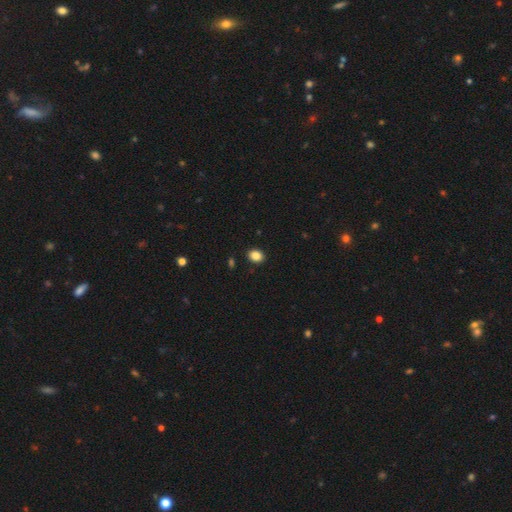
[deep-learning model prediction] Morphology: type=smooth (87%); roundness=in between (57%); merging=none (90%).